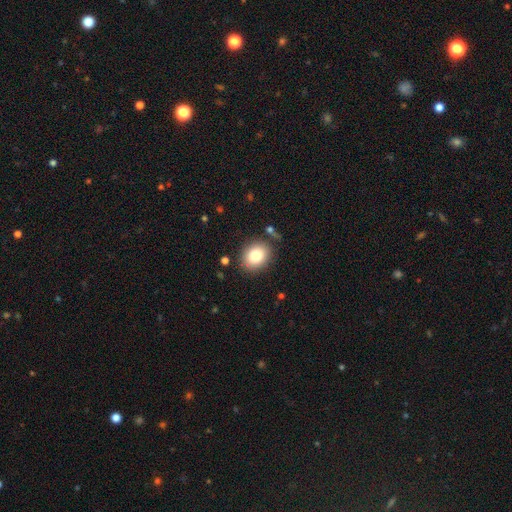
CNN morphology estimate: A smooth galaxy with no disk features (81%) that is round (63%).

Vote fractions:
- Smooth or featured? smooth: 81% / featured or disk: 10% / star or artifact: 10%
- How rounded? round: 63% / in between: 36% / cigar-shaped: 1%
- Merging? none: 84% / minor disturbance: 10% / major disturbance: 3% / merger: 3%